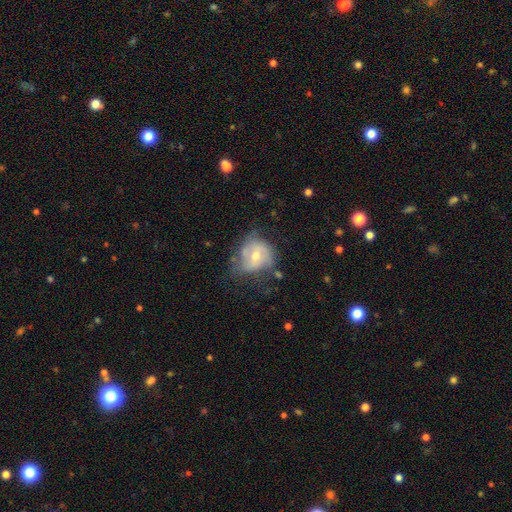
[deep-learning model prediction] Smooth or featured: featured or disk — 56% (smooth — 36%)
Edge-on disk: no — 97% (yes — 3%)
Bar: no — 59% (weak — 34%)
Spiral arms: yes — 65% (no — 35%)
Bulge size: moderate — 60% (small — 34%)
Merging: none — 44% (minor disturbance — 32%)